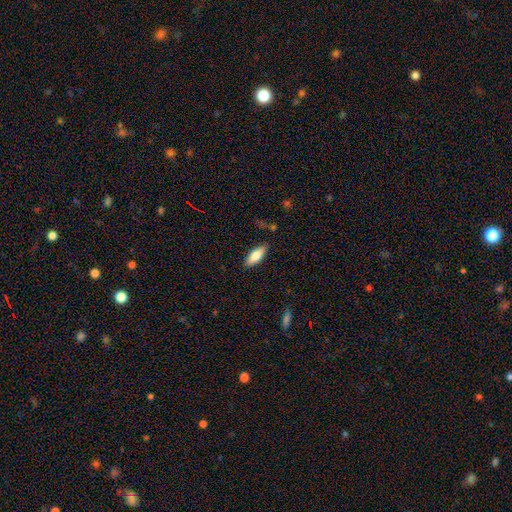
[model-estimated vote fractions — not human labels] smooth-or-featured: smooth: 77% | featured or disk: 17% | star or artifact: 6%
  how-rounded: in between: 70% | cigar-shaped: 28% | round: 2%
  merging: none: 86% | minor disturbance: 10% | major disturbance: 2% | merger: 2%